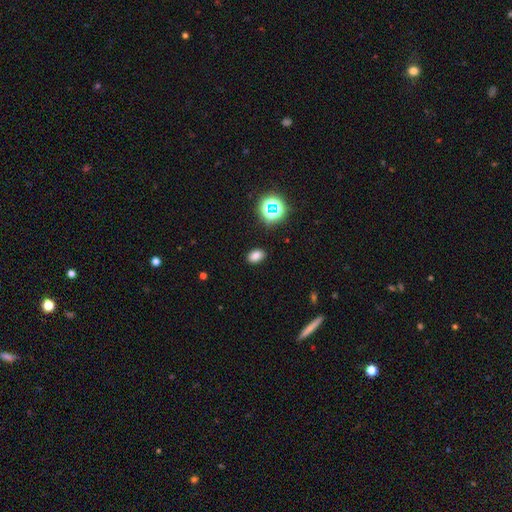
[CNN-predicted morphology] Smooth or featured? smooth (76%)
How rounded? in between (82%)
Merging? none (88%)